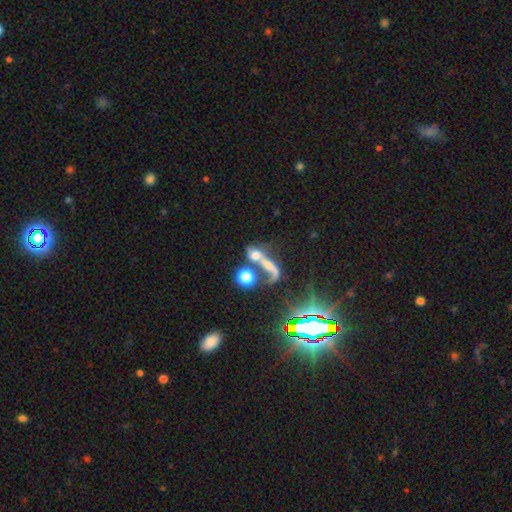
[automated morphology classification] Smooth or featured? smooth (48%)
Merging? merger (58%)